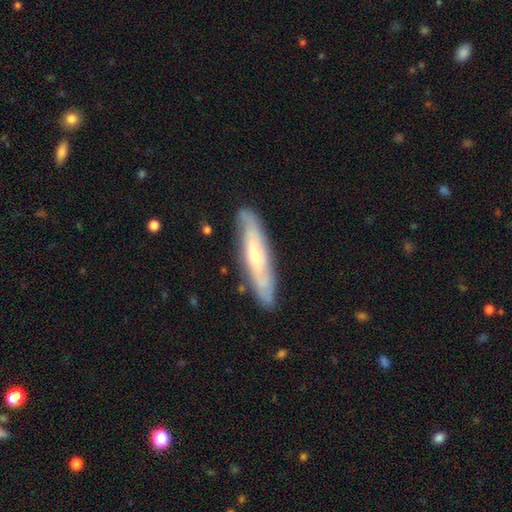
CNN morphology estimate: Q: Smooth or featured?
A: featured or disk (60%); runner-up: smooth (34%)
Q: Edge-on disk?
A: yes (51%); runner-up: no (49%)
Q: Merging?
A: none (83%); runner-up: minor disturbance (13%)